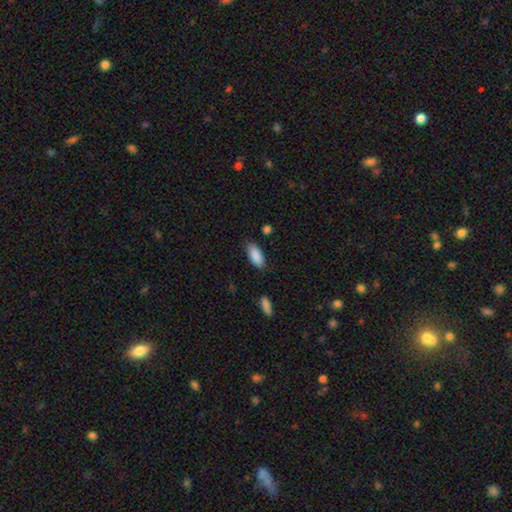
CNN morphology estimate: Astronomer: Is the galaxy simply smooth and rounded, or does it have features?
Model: smooth — 89%.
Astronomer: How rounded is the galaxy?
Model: in between — 86%.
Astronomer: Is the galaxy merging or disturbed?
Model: none — 84%.